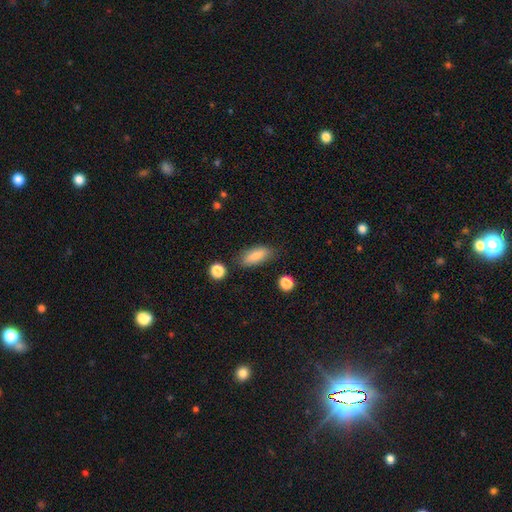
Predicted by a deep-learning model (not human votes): This is clearly a smooth galaxy (82%). How rounded: likely in between (76%). Merging: likely none (79%).